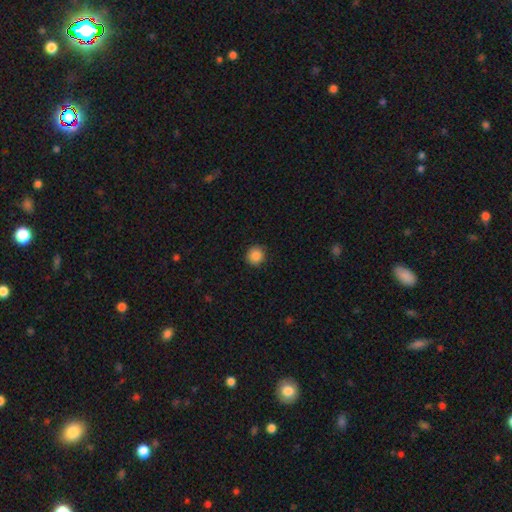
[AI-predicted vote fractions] Morphology: type=smooth (87%); roundness=round (91%); merging=none (89%).